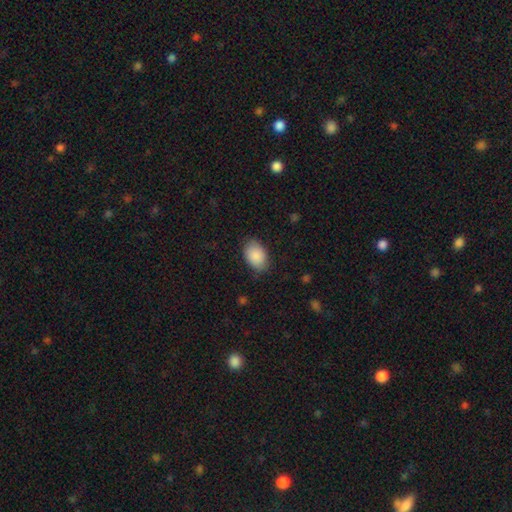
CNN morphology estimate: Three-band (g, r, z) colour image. It shows a smooth galaxy with no disk features (88%) that is in between round and cigar-shaped (86%). Merging: none (80%).